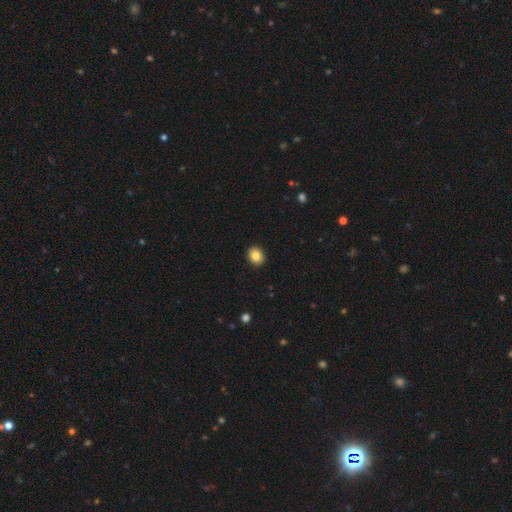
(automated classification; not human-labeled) Morphology: type=smooth (83%); roundness=round (64%); merging=none (92%).